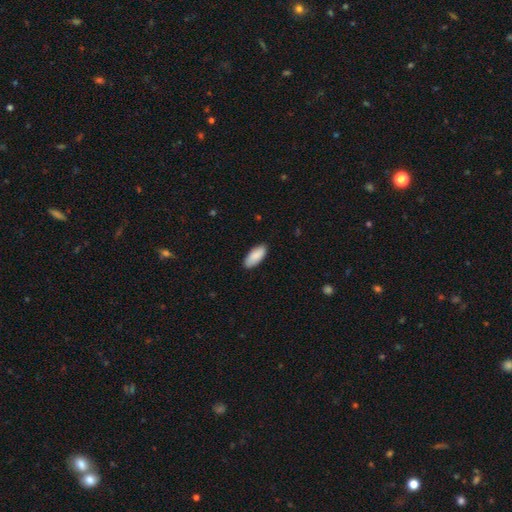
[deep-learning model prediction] This appears to be a smooth galaxy with no disk features (90%) that is in between round and cigar-shaped (87%). Merging: none (88%).